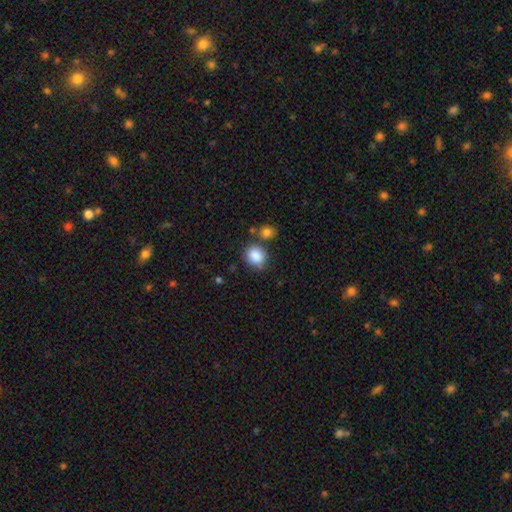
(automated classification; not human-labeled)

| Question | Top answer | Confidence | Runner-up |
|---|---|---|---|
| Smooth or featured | smooth | 86% | star or artifact (9%) |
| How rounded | round | 62% | in between (37%) |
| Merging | none | 68% | minor disturbance (17%) |